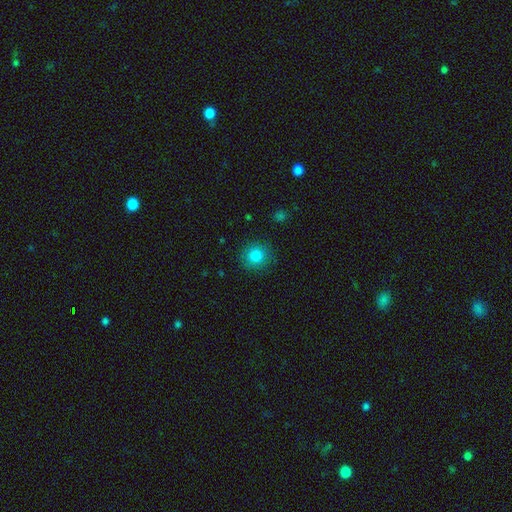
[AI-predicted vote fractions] Smooth or featured? smooth (85%)
How rounded? round (89%)
Merging? none (87%)